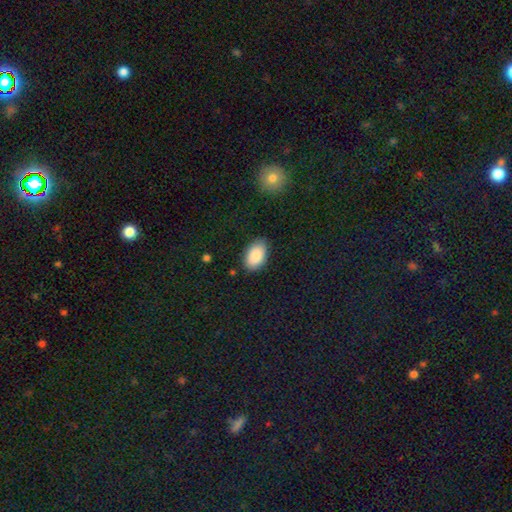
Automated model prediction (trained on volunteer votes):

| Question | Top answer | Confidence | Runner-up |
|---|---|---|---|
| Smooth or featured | smooth | 88% | star or artifact (7%) |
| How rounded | in between | 93% | round (5%) |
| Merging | none | 82% | minor disturbance (14%) |